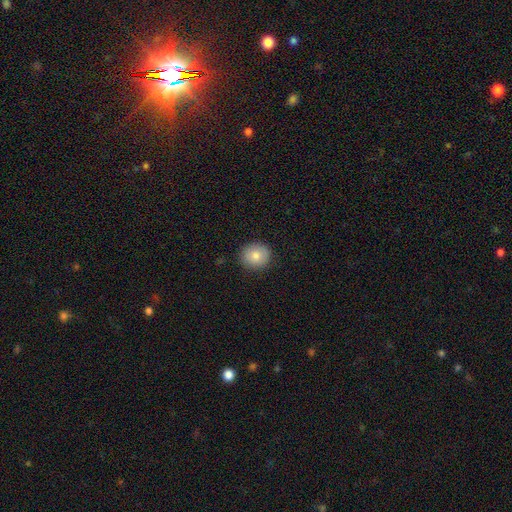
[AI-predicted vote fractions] Morphology: type=smooth (80%); roundness=round (82%); merging=none (89%).